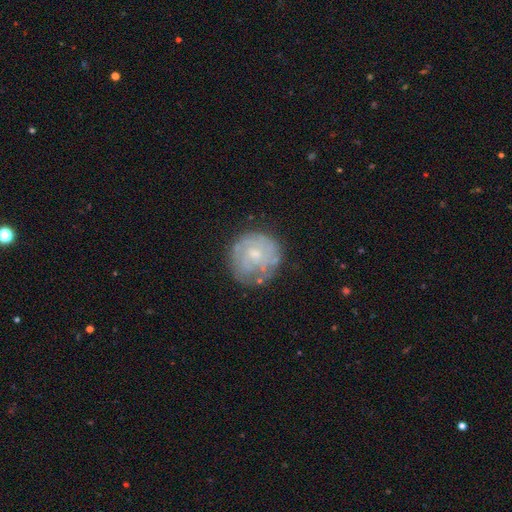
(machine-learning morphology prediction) A featured or disk galaxy (60%) with no bar (76%), spiral arms (57%) and a small central bulge (50%). Merging: none (70%).